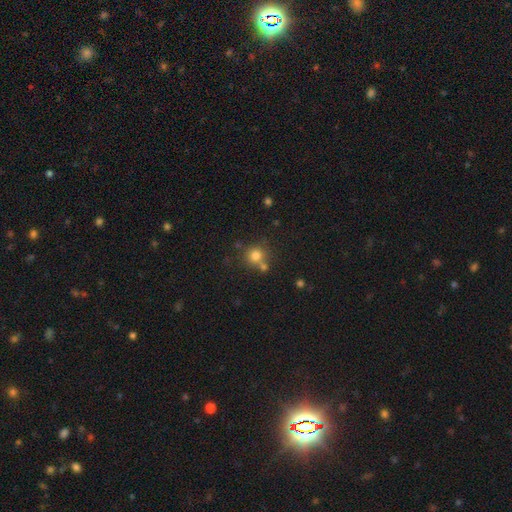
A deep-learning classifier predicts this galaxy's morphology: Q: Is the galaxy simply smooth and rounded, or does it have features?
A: smooth — 77%.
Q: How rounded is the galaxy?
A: round — 89%.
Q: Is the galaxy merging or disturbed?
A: none — 62%.